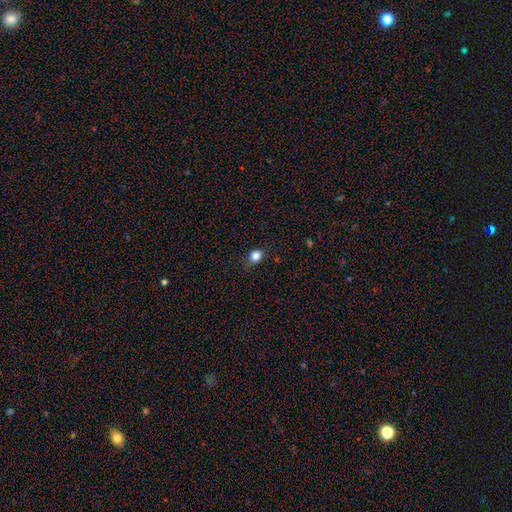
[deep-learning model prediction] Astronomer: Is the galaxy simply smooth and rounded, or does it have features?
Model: smooth — 83%.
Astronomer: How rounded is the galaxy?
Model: round — 68%.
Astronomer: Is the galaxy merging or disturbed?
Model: none — 83%.